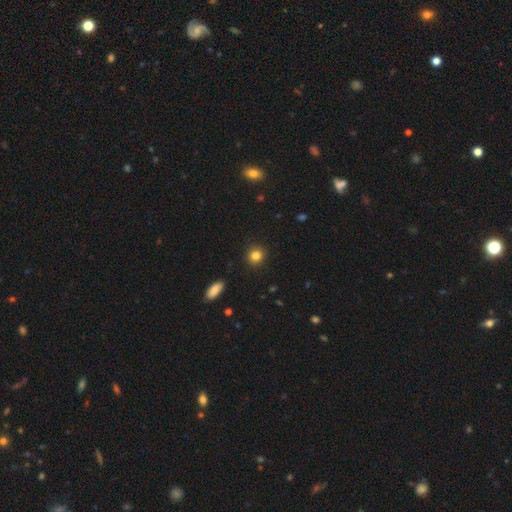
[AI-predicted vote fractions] This is clearly a smooth galaxy (83%). How rounded: clearly round (90%). Merging: clearly none (91%).